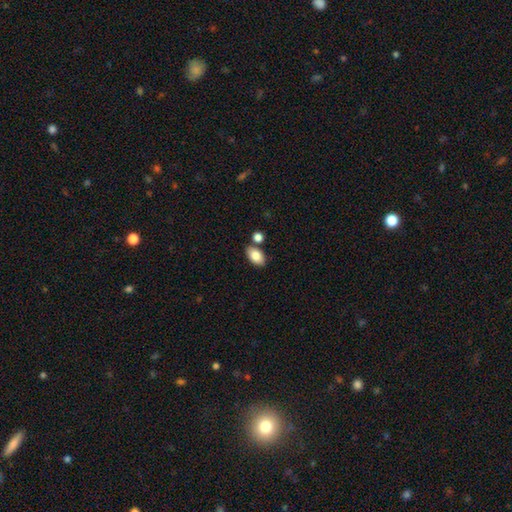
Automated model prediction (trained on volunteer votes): Q: Smooth or featured?
A: smooth (84%); runner-up: featured or disk (8%)
Q: How rounded?
A: in between (91%); runner-up: round (8%)
Q: Merging?
A: none (74%); runner-up: merger (13%)